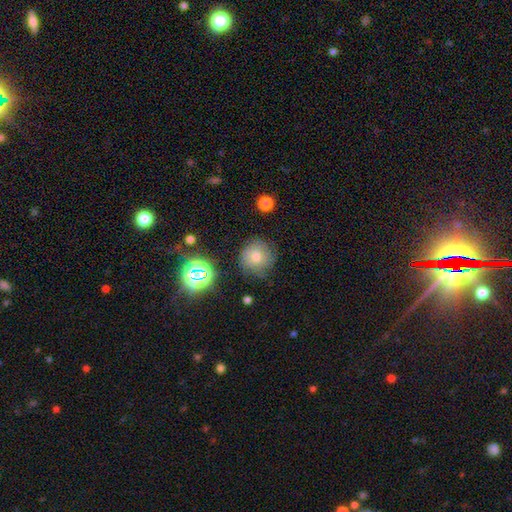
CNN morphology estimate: This is possibly a smooth galaxy (47%). Merging: likely none (79%).